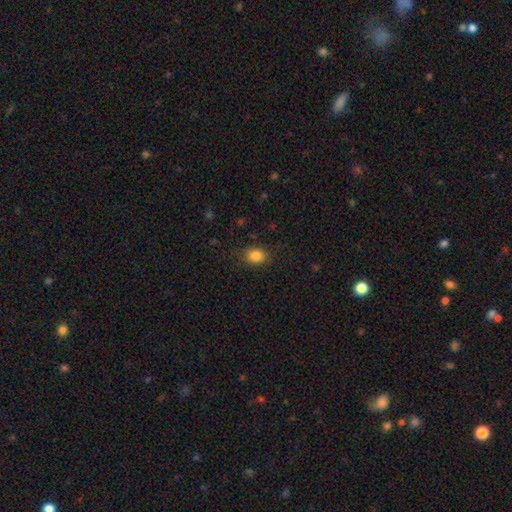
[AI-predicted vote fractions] A smooth galaxy with no disk features (84%) that is round (52%). Merging: none (83%).